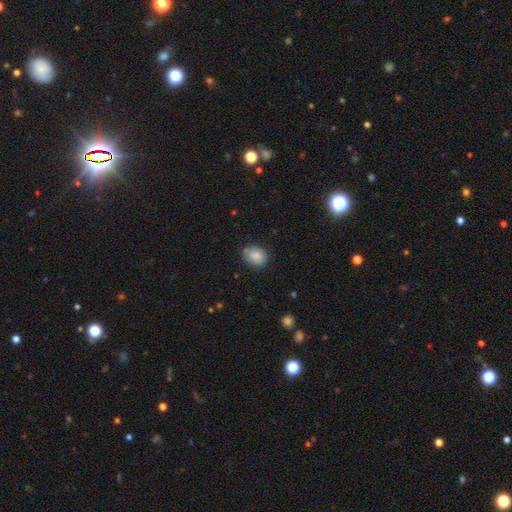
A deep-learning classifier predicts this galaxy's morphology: smooth-or-featured: smooth: 85% | star or artifact: 8% | featured or disk: 8%
  how-rounded: in between: 63% | round: 36% | cigar-shaped: 1%
  merging: none: 73% | minor disturbance: 21% | major disturbance: 4% | merger: 2%